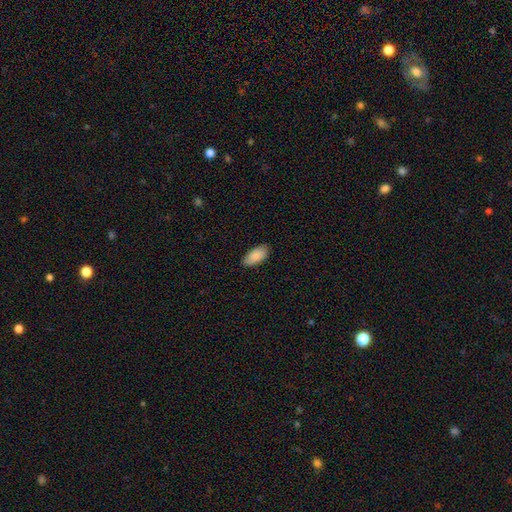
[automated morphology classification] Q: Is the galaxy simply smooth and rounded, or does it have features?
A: smooth — 89%.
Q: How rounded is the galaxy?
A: in between — 92%.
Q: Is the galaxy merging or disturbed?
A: none — 86%.